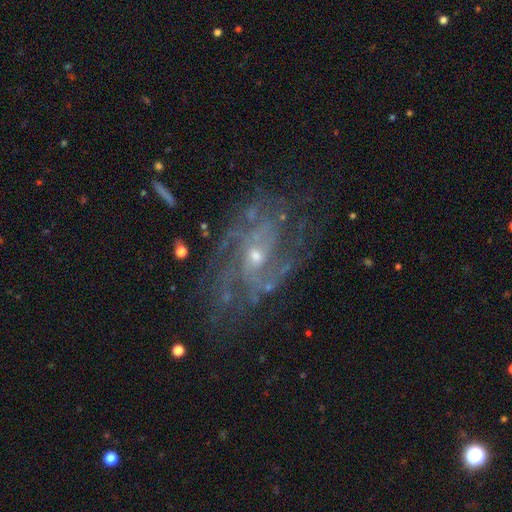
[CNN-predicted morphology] Smooth or featured? Predicted: featured or disk (p=0.84). Edge-on disk? Predicted: no (p=0.96). Bar? Predicted: no (p=0.62). Spiral arms? Predicted: yes (p=0.93). Spiral winding? Predicted: medium (p=0.43). Spiral arm count? Predicted: can't tell (p=0.31). Bulge size? Predicted: small (p=0.65). Merging? Predicted: none (p=0.71).